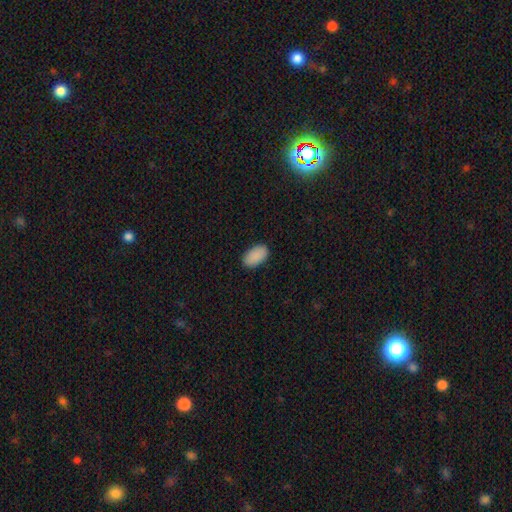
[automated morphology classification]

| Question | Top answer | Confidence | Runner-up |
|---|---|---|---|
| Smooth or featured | smooth | 91% | star or artifact (6%) |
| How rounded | in between | 95% | round (4%) |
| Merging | none | 89% | minor disturbance (8%) |